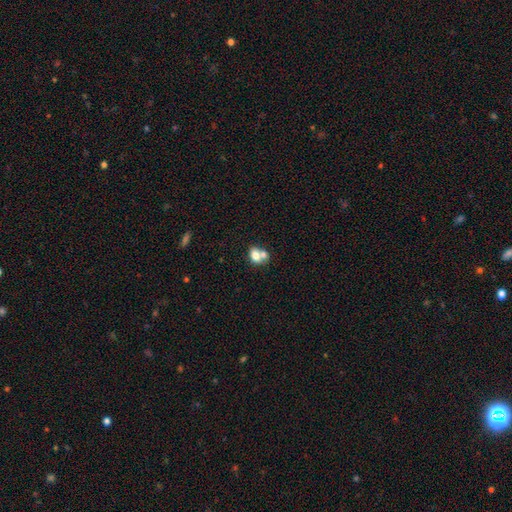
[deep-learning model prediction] Overall: smooth (73%). How rounded: in between (62%; round 37%). Merging: merger (56%; none 31%).